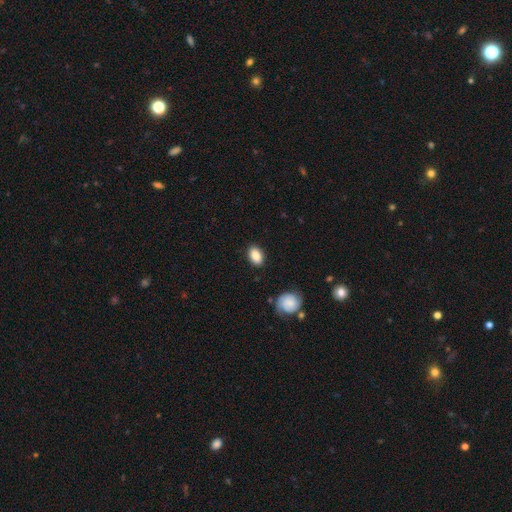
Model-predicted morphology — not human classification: This is clearly a smooth galaxy (88%). How rounded: clearly in between (87%). Merging: clearly none (86%).